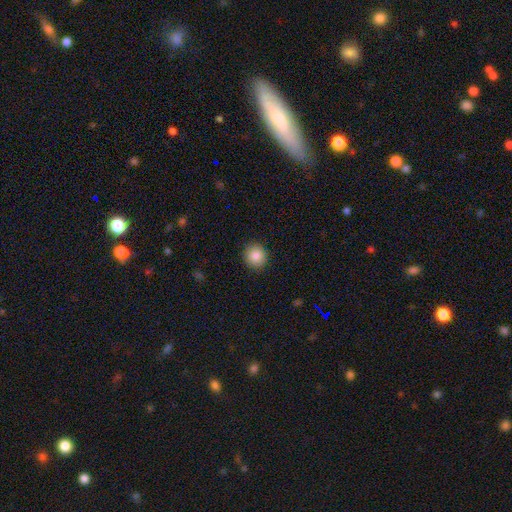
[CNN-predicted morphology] Q: Smooth or featured?
A: smooth (86%); runner-up: star or artifact (9%)
Q: How rounded?
A: round (91%); runner-up: in between (8%)
Q: Merging?
A: none (91%); runner-up: minor disturbance (6%)